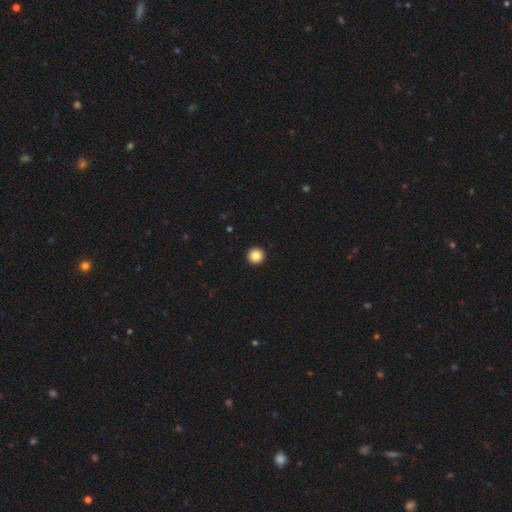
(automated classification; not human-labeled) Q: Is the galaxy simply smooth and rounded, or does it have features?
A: smooth — 86%.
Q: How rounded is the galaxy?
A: round — 96%.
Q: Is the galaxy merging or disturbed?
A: none — 94%.